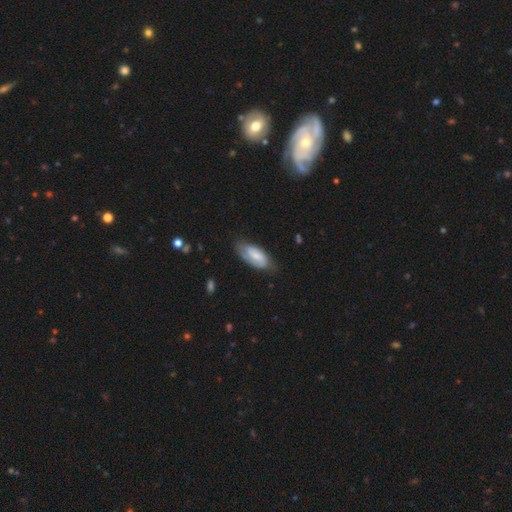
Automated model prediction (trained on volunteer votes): Smooth or featured?
  - smooth: 47% *
  - featured or disk: 46%
  - star or artifact: 6%
Merging?
  - none: 63% *
  - minor disturbance: 27%
  - major disturbance: 8%
  - merger: 2%